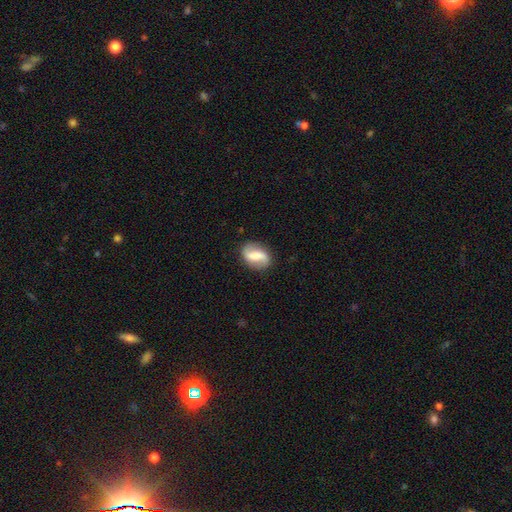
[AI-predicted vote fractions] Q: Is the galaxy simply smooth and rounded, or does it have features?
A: featured or disk — 67%.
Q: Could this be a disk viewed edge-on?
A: no — 97%.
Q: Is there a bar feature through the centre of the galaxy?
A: weak — 40%.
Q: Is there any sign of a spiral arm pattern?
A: yes — 91%.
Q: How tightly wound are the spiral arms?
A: loose — 64%.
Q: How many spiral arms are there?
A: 2 — 91%.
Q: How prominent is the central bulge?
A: moderate — 35%.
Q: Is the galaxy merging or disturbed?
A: none — 83%.